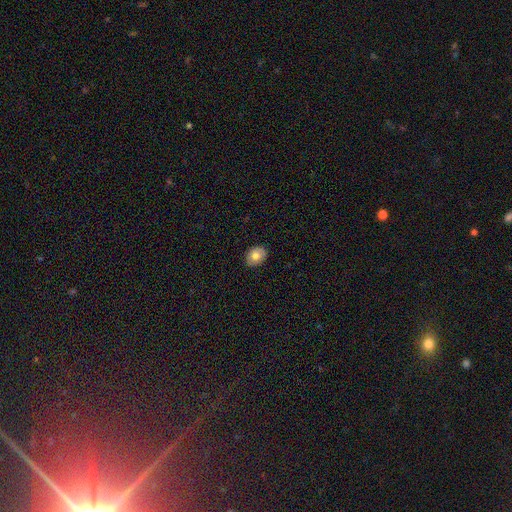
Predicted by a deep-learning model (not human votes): A smooth galaxy with no disk features (77%) that is in between round and cigar-shaped (68%). Merging: none (88%).